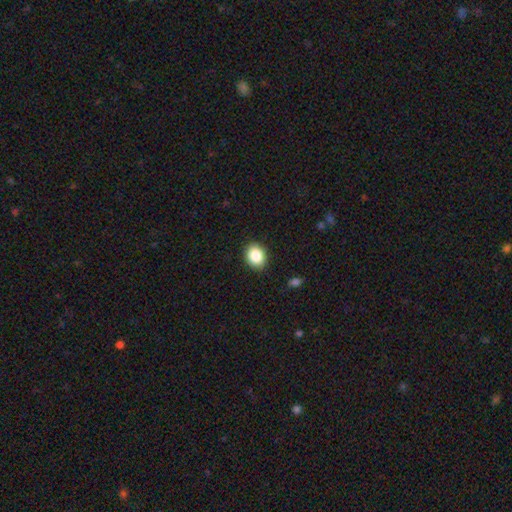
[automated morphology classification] This appears to be a smooth galaxy with no disk features (87%) that is in between round and cigar-shaped (56%). Merging: none (89%).